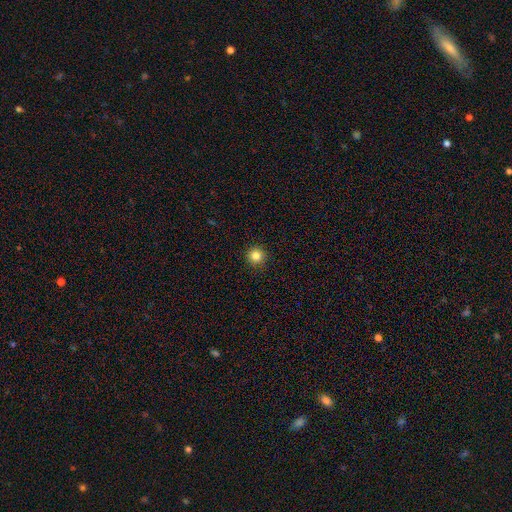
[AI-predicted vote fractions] This is clearly a smooth galaxy (83%). How rounded: clearly round (96%). Merging: clearly none (93%).